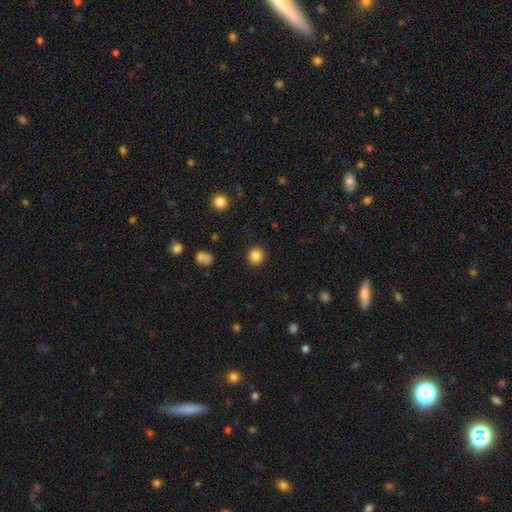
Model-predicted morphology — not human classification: This is clearly a smooth galaxy (85%). How rounded: clearly round (90%). Merging: clearly none (91%).